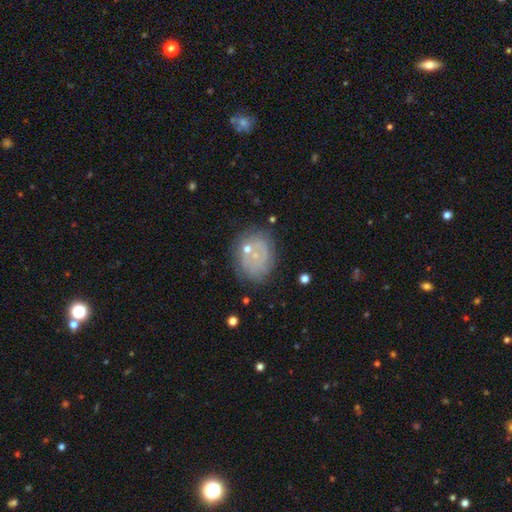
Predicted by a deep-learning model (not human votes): This appears to be a featured or disk galaxy (59%) with no bar (77%), spiral arms (75%) and a small central bulge (77%). Merging: none (70%).